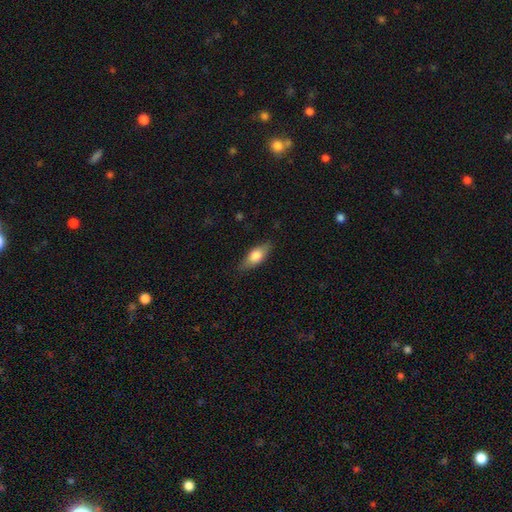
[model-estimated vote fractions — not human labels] smooth 72%, featured or disk 22%, star or artifact 6%. Down the decision tree: how rounded — in between (78%); merging — none (82%).